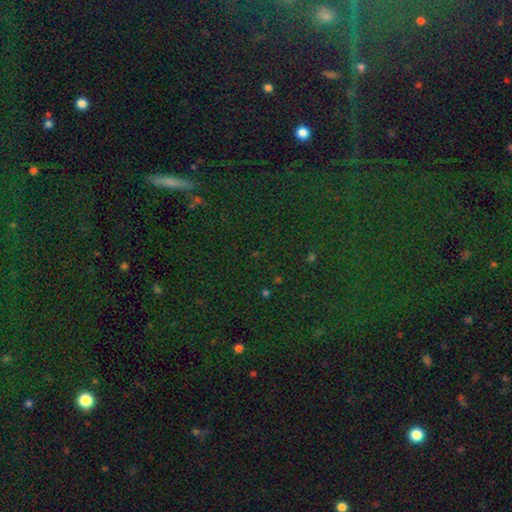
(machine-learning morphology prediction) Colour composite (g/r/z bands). It shows a star or artifact, not a galaxy (77%).